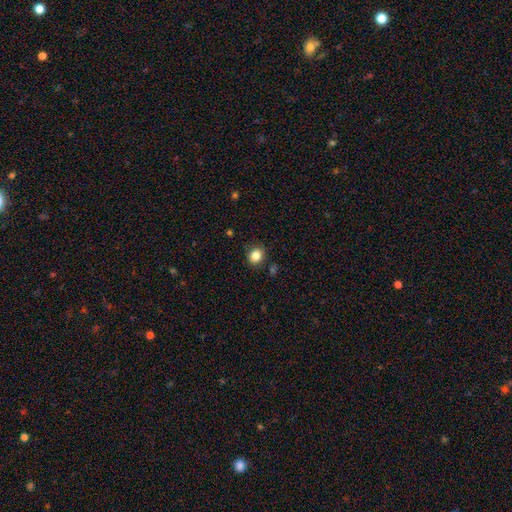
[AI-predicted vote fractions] Smooth or featured? Predicted: smooth (p=0.84). How rounded? Predicted: round (p=0.74). Merging? Predicted: none (p=0.87).